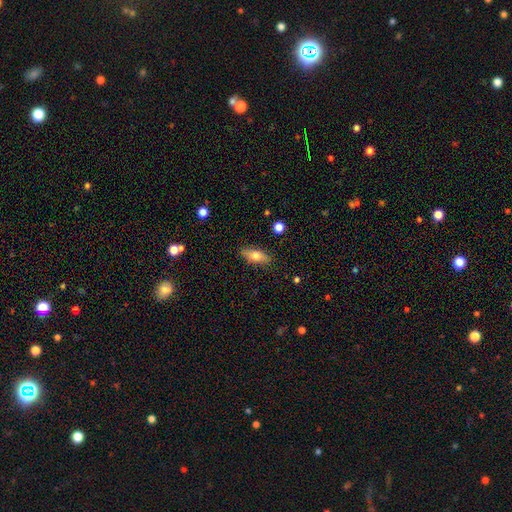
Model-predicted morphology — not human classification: This appears to be a smooth galaxy with no disk features (70%) that is in between round and cigar-shaped (72%). Merging: none (85%).